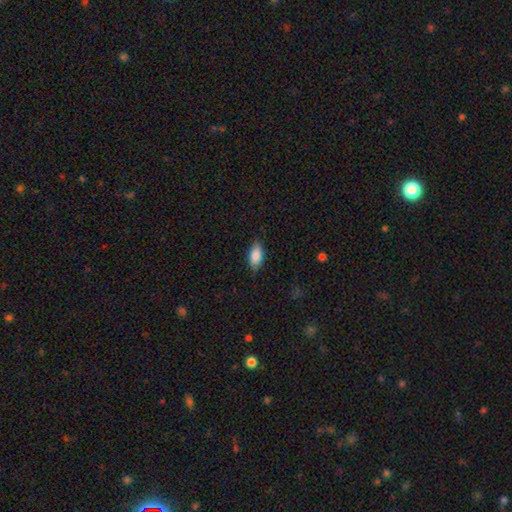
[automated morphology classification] smooth-or-featured: smooth: 86% | featured or disk: 8% | star or artifact: 7%
  how-rounded: in between: 90% | cigar-shaped: 7% | round: 3%
  merging: none: 83% | minor disturbance: 13% | major disturbance: 3% | merger: 1%